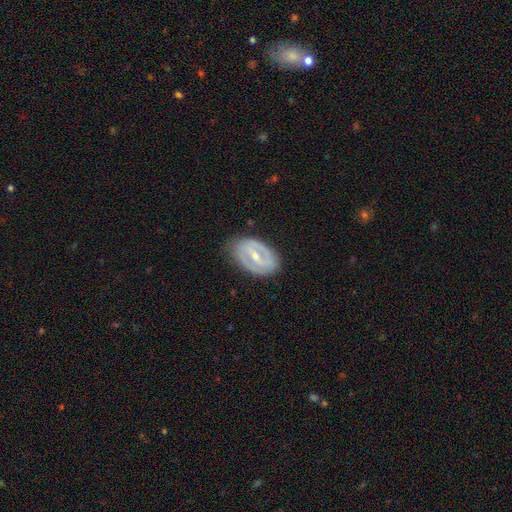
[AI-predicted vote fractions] Q: Smooth or featured?
A: featured or disk (72%); runner-up: smooth (22%)
Q: Edge-on disk?
A: no (93%); runner-up: yes (7%)
Q: Bar?
A: strong (48%); runner-up: weak (36%)
Q: Spiral arms?
A: no (55%); runner-up: yes (45%)
Q: Bulge size?
A: small (50%); runner-up: moderate (47%)
Q: Merging?
A: none (77%); runner-up: minor disturbance (16%)